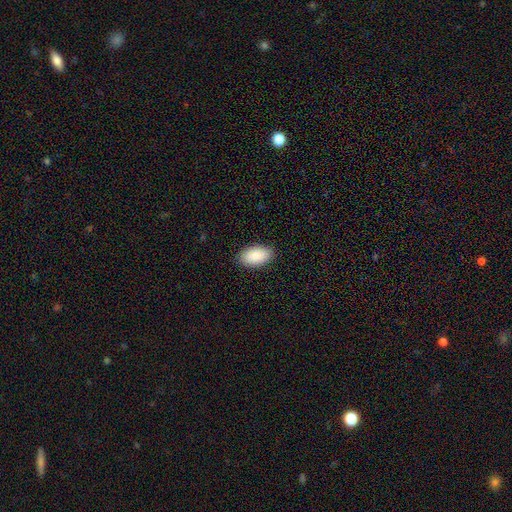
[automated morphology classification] The model was most divided on "merging": none: 88%, minor disturbance: 9%, major disturbance: 2%, merger: 1%. More confident: how rounded — in between (96%); smooth or featured — smooth (90%).